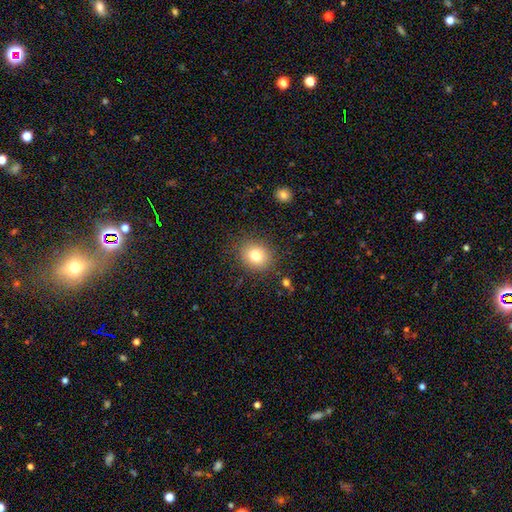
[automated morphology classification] smooth-or-featured: smooth: 79% | star or artifact: 12% | featured or disk: 9%
  how-rounded: round: 76% | in between: 23% | cigar-shaped: 1%
  merging: none: 86% | minor disturbance: 9% | major disturbance: 3% | merger: 1%